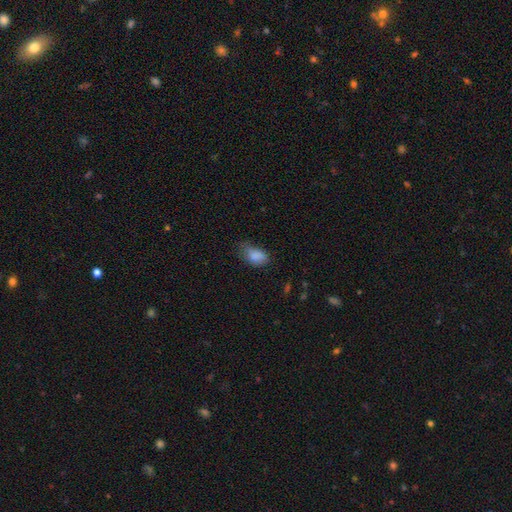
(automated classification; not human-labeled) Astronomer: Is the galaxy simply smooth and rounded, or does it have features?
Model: smooth — 83%.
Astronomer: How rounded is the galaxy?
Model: in between — 89%.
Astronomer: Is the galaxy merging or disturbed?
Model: minor disturbance — 41% (runner-up: none, 39%).